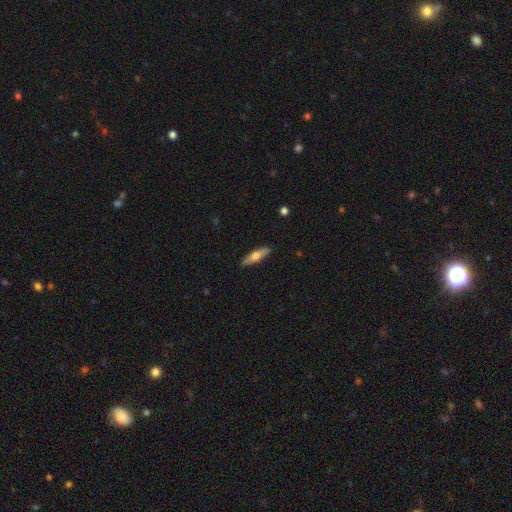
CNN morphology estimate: Overall: smooth (56%; featured or disk 39%). How rounded: cigar-shaped (72%). Merging: none (89%).